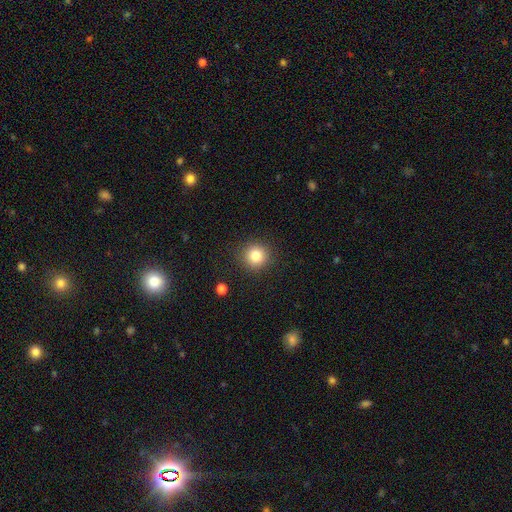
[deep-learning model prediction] A smooth galaxy with no disk features (82%) that is round (92%).

Vote fractions:
- Smooth or featured? smooth: 82% / star or artifact: 11% / featured or disk: 6%
- How rounded? round: 92% / in between: 7% / cigar-shaped: 1%
- Merging? none: 89% / minor disturbance: 7% / major disturbance: 3% / merger: 1%